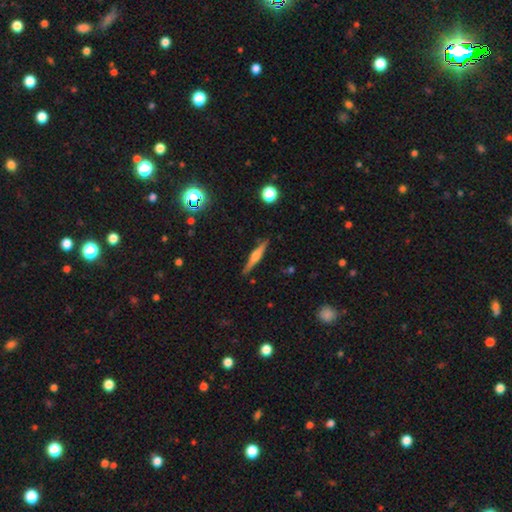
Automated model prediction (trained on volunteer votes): Overall: featured or disk (65%; smooth 28%). Edge-on disk: yes (97%). Edge-on bulge: rounded (83%). Merging: none (90%).